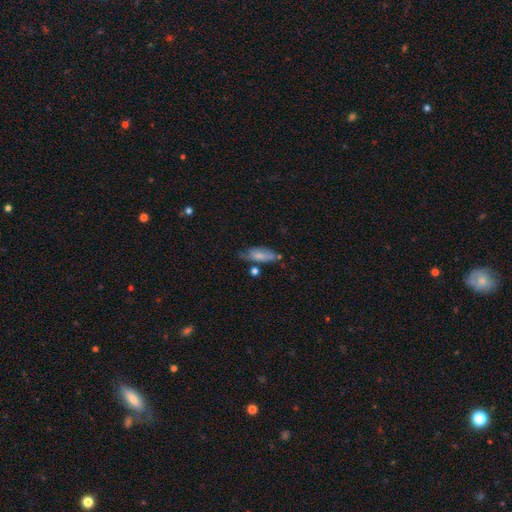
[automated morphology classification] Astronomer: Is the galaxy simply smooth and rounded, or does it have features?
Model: smooth — 58%.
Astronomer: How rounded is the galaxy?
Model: in between — 54% (runner-up: cigar-shaped, 43%).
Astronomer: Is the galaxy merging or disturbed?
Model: none — 63%.